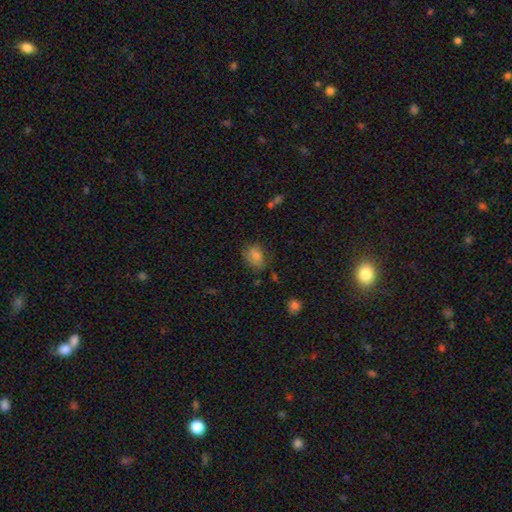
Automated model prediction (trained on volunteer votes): The model was most divided on "how rounded": in between: 65%, round: 33%, cigar-shaped: 2%. More confident: merging — none (65%); smooth or featured — smooth (60%).